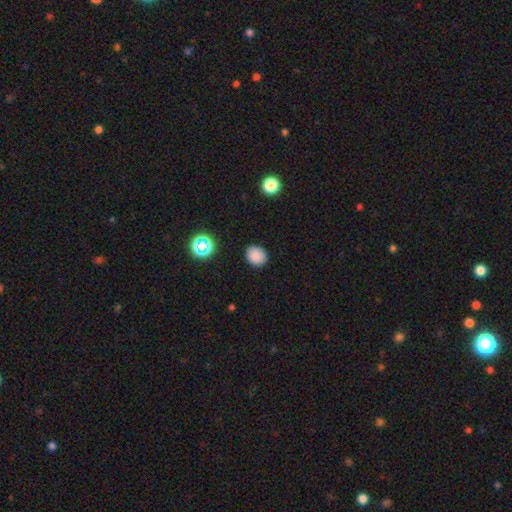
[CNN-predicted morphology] A smooth galaxy with no disk features (82%) that is round (69%).

Vote fractions:
- Smooth or featured? smooth: 82% / star or artifact: 13% / featured or disk: 5%
- How rounded? round: 69% / in between: 30% / cigar-shaped: 1%
- Merging? none: 88% / minor disturbance: 8% / major disturbance: 2% / merger: 1%